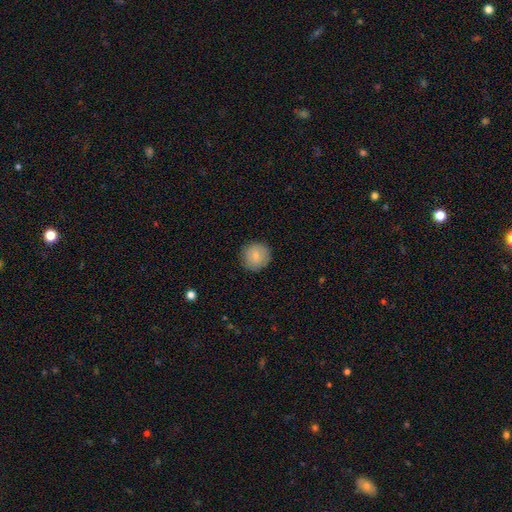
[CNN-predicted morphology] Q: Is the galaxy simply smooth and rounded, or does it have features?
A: smooth — 80%.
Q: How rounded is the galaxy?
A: round — 94%.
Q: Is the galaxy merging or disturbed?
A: none — 88%.